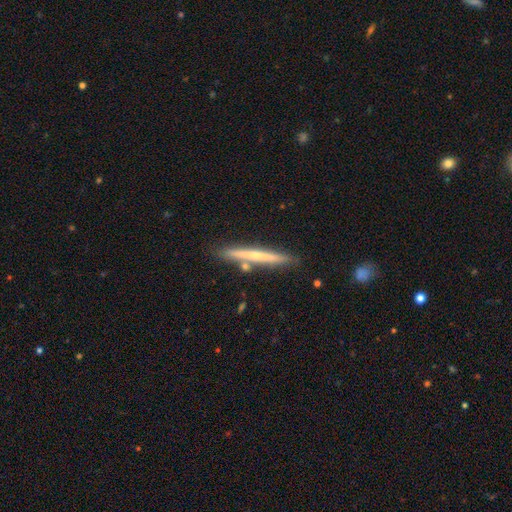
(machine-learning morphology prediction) Overall: featured or disk (53%; smooth 41%). Edge-on disk: yes (96%). Edge-on bulge: none (62%; rounded 33%). Merging: none (83%).